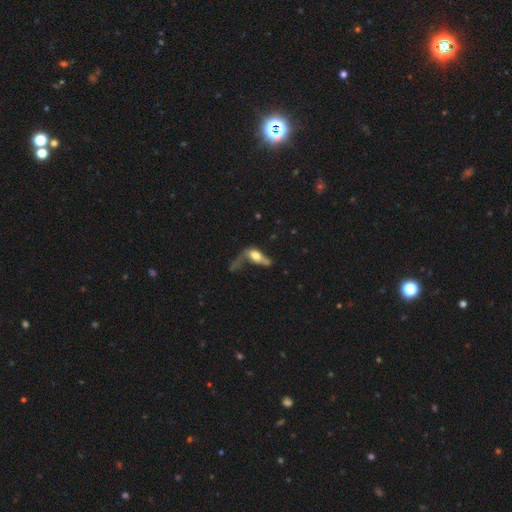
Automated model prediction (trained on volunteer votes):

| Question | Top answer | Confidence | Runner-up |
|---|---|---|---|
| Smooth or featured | smooth | 50% | featured or disk (40%) |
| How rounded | in between | 72% | cigar-shaped (19%) |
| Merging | major disturbance | 53% | merger (17%) |